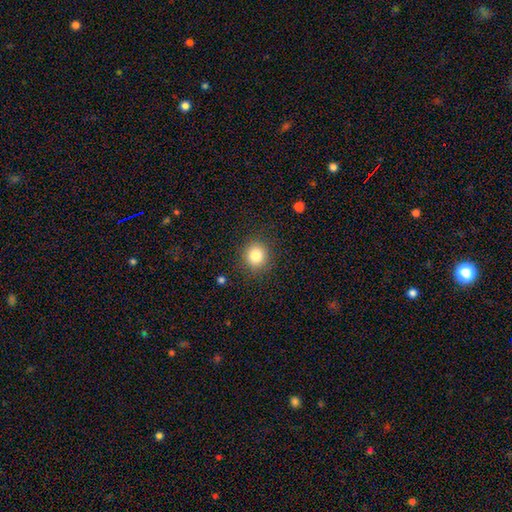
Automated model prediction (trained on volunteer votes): Smooth or featured? smooth (83%)
How rounded? round (88%)
Merging? none (88%)